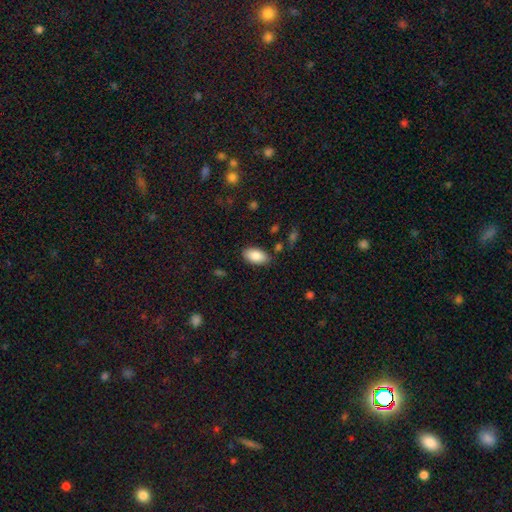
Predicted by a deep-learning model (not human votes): Smooth or featured: smooth — 87% (star or artifact — 7%)
How rounded: in between — 94% (round — 3%)
Merging: none — 84% (minor disturbance — 11%)